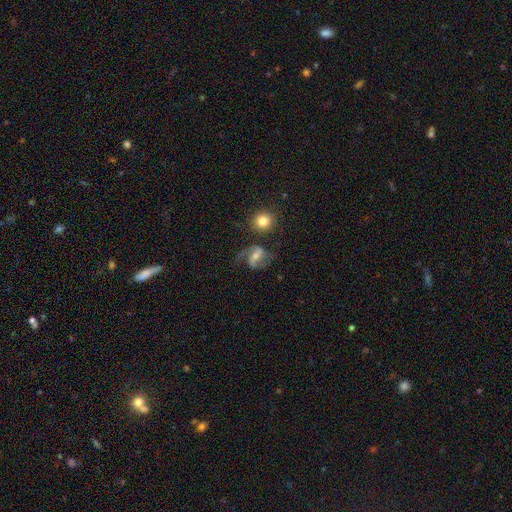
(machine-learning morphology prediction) Smooth or featured: featured or disk — 79% (smooth — 14%)
Edge-on disk: no — 97% (yes — 3%)
Bar: weak — 42% (strong — 36%)
Spiral arms: yes — 94% (no — 6%)
Spiral winding: medium — 45% (loose — 43%)
Spiral arm count: 2 — 88% (1 — 5%)
Bulge size: moderate — 53% (small — 38%)
Merging: none — 64% (minor disturbance — 17%)